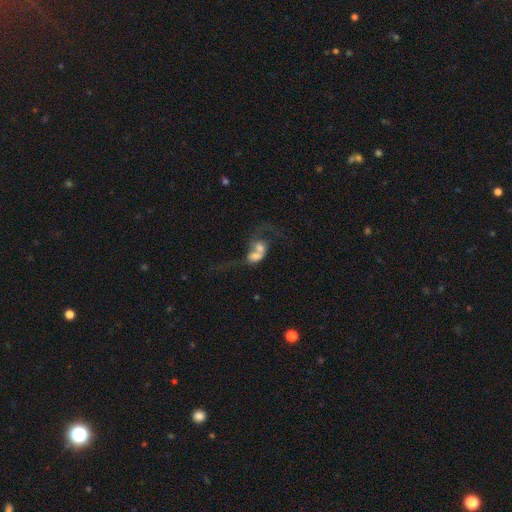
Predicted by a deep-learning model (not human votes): Smooth or featured?
  - featured or disk: 45% *
  - smooth: 44%
  - star or artifact: 11%
Merging?
  - merger: 74% *
  - major disturbance: 14%
  - none: 8%
  - minor disturbance: 4%